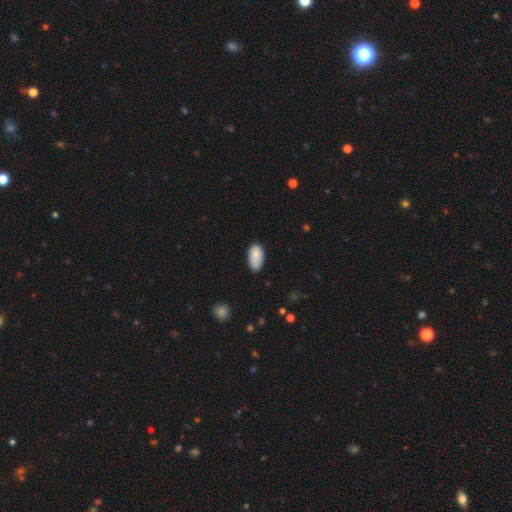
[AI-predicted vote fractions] This is clearly a smooth galaxy (86%). How rounded: clearly in between (94%). Merging: likely none (71%).